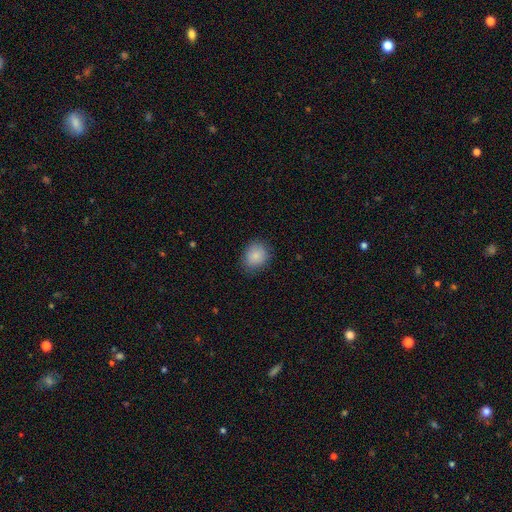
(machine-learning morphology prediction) type=smooth (85%); roundness=round (70%); merging=none (82%).